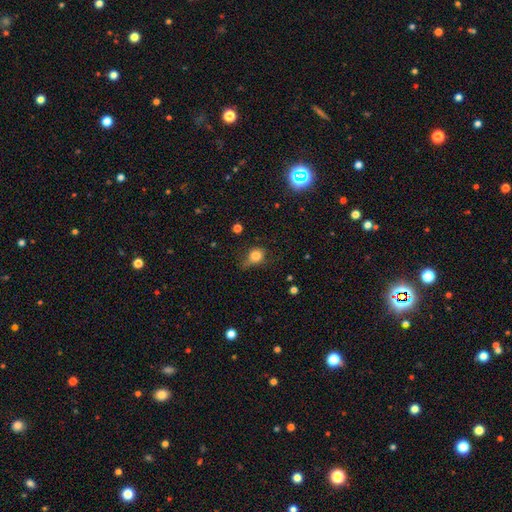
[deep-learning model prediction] smooth 79%, star or artifact 12%, featured or disk 9%. Down the decision tree: how rounded — round (70%); merging — none (51%).